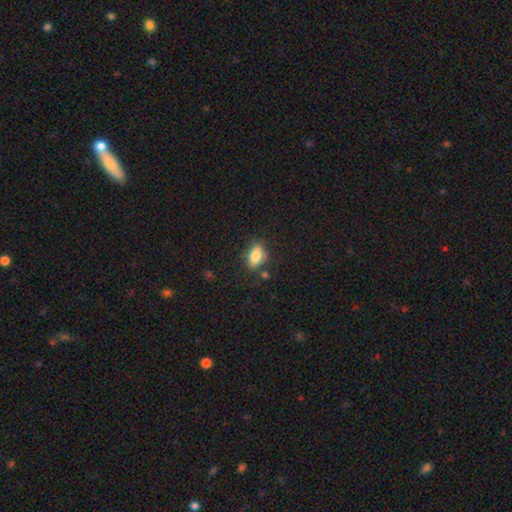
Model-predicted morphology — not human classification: smooth-or-featured: smooth: 75% | featured or disk: 16% | star or artifact: 9%
  how-rounded: in between: 81% | round: 10% | cigar-shaped: 9%
  merging: none: 71% | minor disturbance: 19% | major disturbance: 5% | merger: 5%